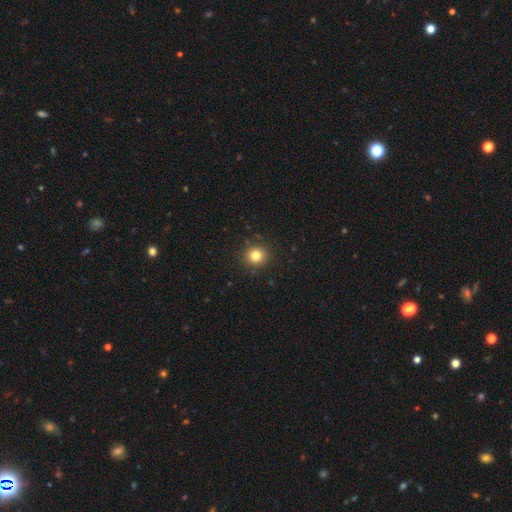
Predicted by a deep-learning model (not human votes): Morphology: type=smooth (81%); roundness=round (93%); merging=none (91%).